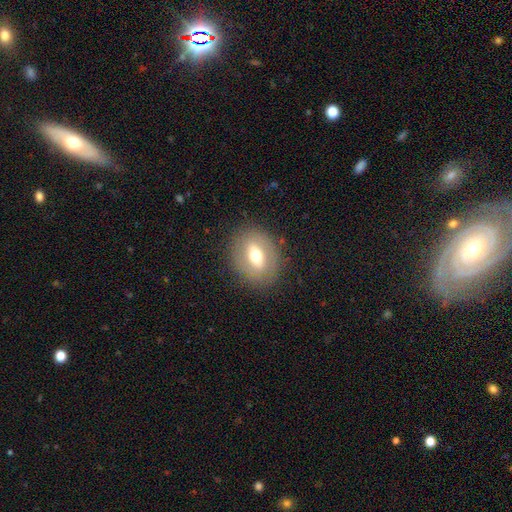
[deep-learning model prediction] smooth-or-featured: smooth: 49% | featured or disk: 42% | star or artifact: 9%
  merging: none: 83% | minor disturbance: 11% | major disturbance: 5% | merger: 1%